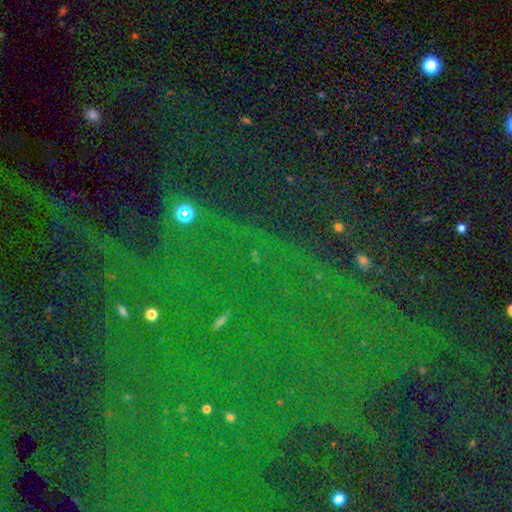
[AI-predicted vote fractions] Smooth or featured? Predicted: star or artifact (p=0.83).